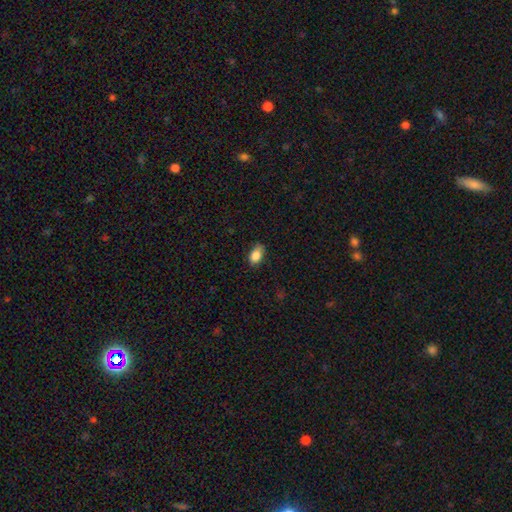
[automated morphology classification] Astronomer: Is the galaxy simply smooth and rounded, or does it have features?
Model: smooth — 86%.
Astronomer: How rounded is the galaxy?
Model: in between — 88%.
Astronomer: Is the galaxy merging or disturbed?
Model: none — 72%.